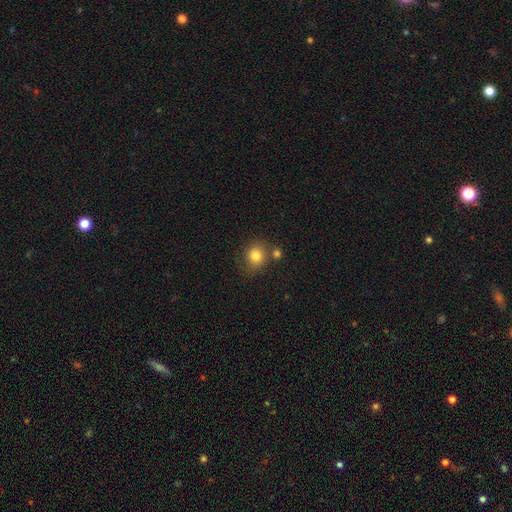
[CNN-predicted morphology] A smooth galaxy with no disk features (81%) that is round (79%). Merging: none (65%).